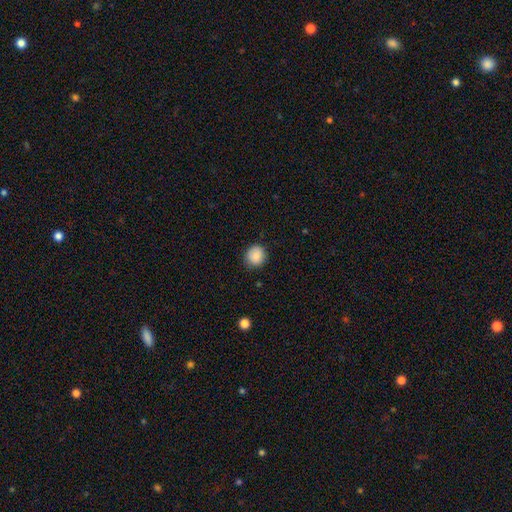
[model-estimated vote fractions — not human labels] This appears to be a smooth galaxy with no disk features (87%) that is round (86%). Merging: none (86%).